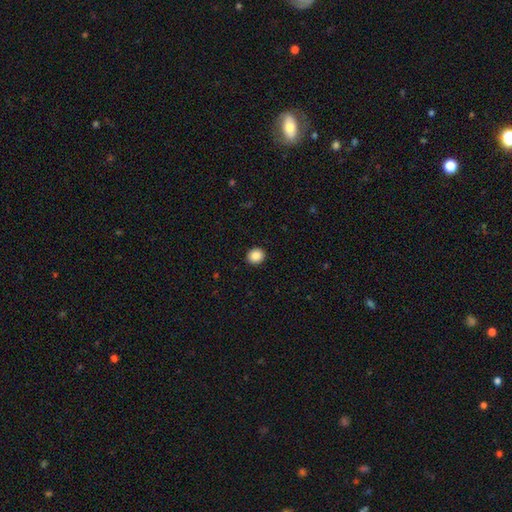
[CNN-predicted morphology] Smooth or featured: smooth — 88% (star or artifact — 9%)
How rounded: round — 78% (in between — 21%)
Merging: none — 92% (minor disturbance — 5%)